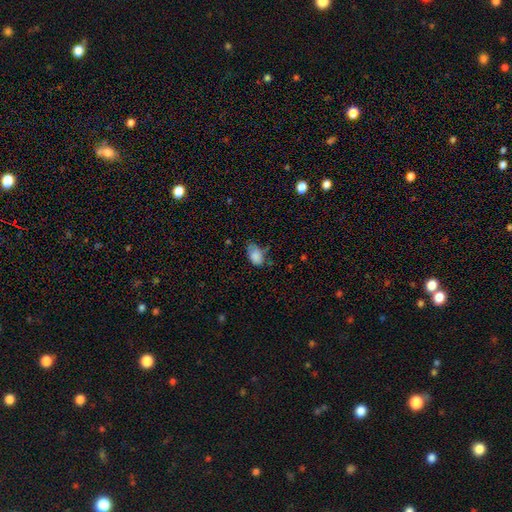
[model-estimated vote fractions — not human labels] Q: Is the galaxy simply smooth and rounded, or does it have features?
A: smooth — 83%.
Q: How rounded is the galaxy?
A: in between — 87%.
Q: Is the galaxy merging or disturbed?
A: none — 44%.